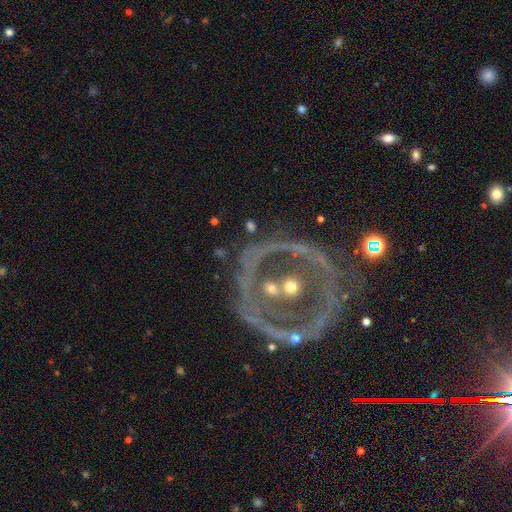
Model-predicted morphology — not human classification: Q: Smooth or featured?
A: featured or disk (71%); runner-up: smooth (15%)
Q: Edge-on disk?
A: no (93%); runner-up: yes (7%)
Q: Bar?
A: no (80%); runner-up: weak (11%)
Q: Spiral arms?
A: no (77%); runner-up: yes (23%)
Q: Bulge size?
A: moderate (57%); runner-up: small (26%)
Q: Merging?
A: none (65%); runner-up: minor disturbance (16%)